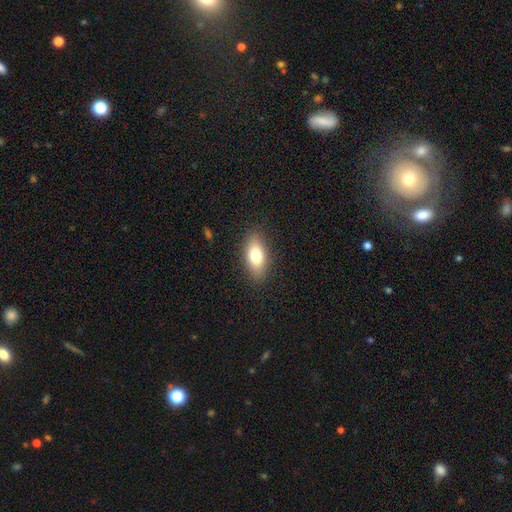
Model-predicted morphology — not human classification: Smooth or featured? smooth (77%)
How rounded? in between (84%)
Merging? none (87%)